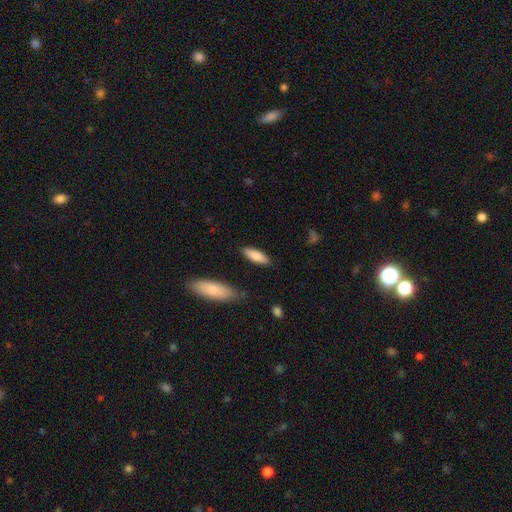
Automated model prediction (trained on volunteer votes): smooth 81%, featured or disk 13%, star or artifact 6%. Down the decision tree: how rounded — in between (57%); merging — none (84%).